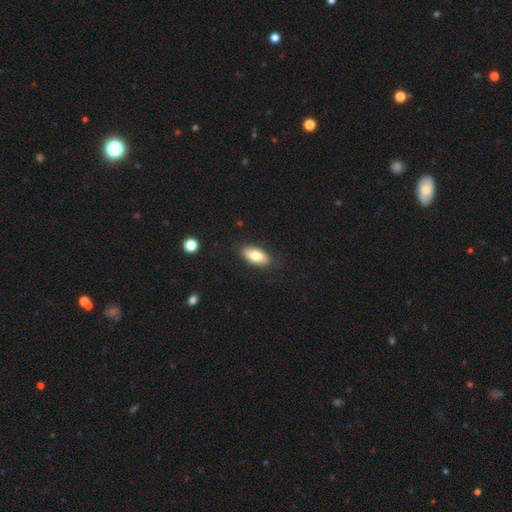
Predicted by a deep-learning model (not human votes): Smooth or featured: smooth — 79% (featured or disk — 15%)
How rounded: in between — 91% (cigar-shaped — 6%)
Merging: none — 87% (minor disturbance — 10%)